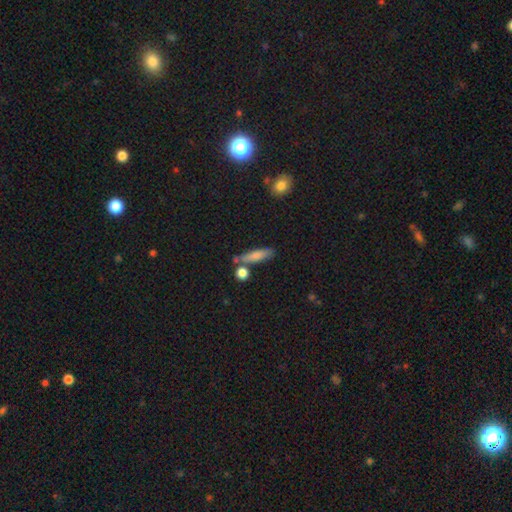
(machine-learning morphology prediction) Q: Smooth or featured?
A: smooth (75%); runner-up: featured or disk (18%)
Q: How rounded?
A: cigar-shaped (70%); runner-up: in between (26%)
Q: Merging?
A: none (69%); runner-up: minor disturbance (14%)